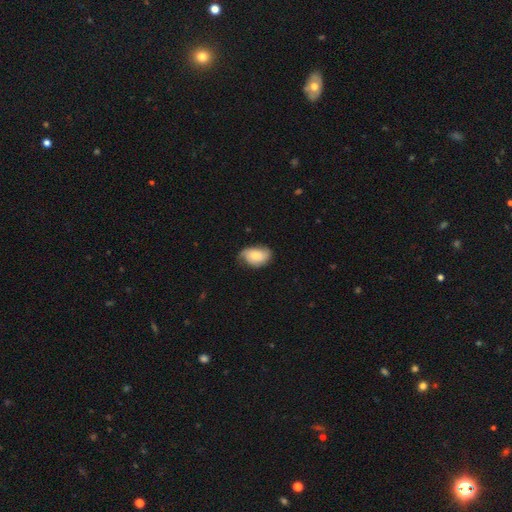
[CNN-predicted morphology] Q: Smooth or featured?
A: smooth (60%); runner-up: featured or disk (34%)
Q: How rounded?
A: in between (86%); runner-up: round (12%)
Q: Merging?
A: none (58%); runner-up: minor disturbance (33%)